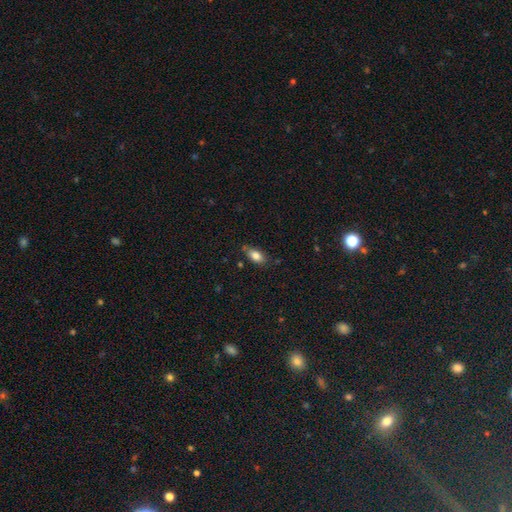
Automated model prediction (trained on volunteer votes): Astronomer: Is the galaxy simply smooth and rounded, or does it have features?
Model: smooth — 82%.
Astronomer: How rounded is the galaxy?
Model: in between — 89%.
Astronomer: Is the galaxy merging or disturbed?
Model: none — 73%.